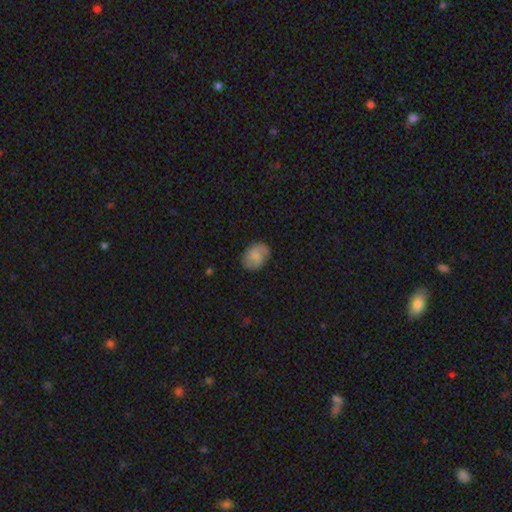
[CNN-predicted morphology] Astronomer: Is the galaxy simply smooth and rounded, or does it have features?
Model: smooth — 50% (runner-up: featured or disk, 43%).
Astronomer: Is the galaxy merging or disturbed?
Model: none — 74%.